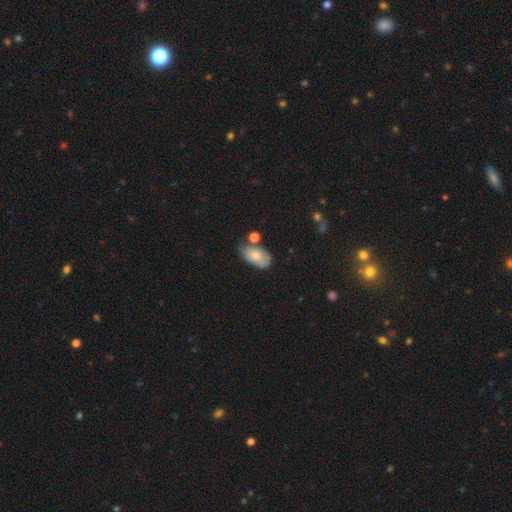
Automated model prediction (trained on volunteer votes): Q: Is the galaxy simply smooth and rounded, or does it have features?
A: smooth — 70%.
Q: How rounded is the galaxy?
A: in between — 92%.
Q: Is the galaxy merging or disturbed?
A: none — 48%.